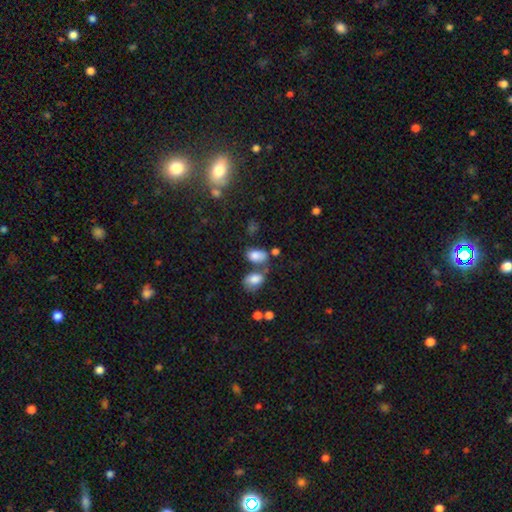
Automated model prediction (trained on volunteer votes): A smooth galaxy with no disk features (79%) that is in between round and cigar-shaped (88%). Merging: none (44%).